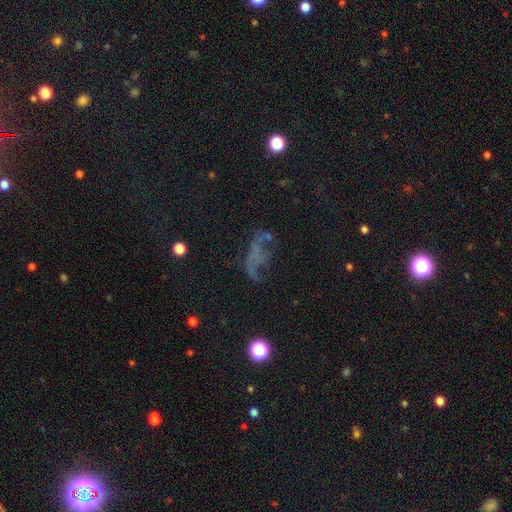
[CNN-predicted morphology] Smooth or featured? featured or disk (37%)
Merging? none (38%)